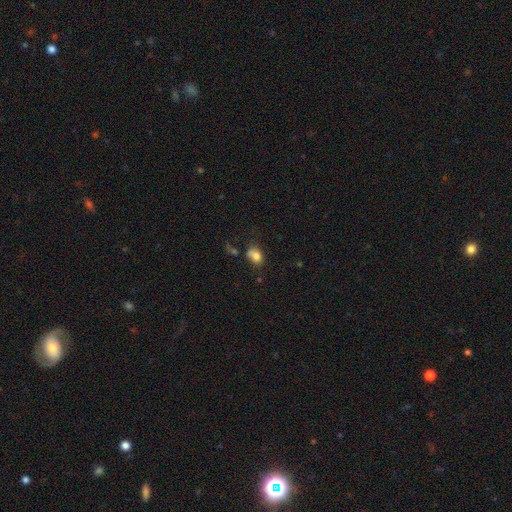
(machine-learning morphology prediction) smooth-or-featured: smooth: 75% | featured or disk: 13% | star or artifact: 12%
  how-rounded: in between: 59% | round: 39% | cigar-shaped: 2%
  merging: none: 36% | minor disturbance: 24% | merger: 22% | major disturbance: 18%